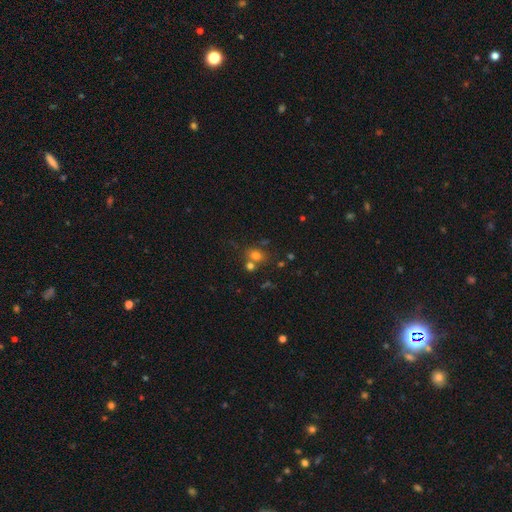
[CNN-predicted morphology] smooth-or-featured: smooth: 71% | star or artifact: 18% | featured or disk: 11%
  how-rounded: round: 61% | in between: 38% | cigar-shaped: 1%
  merging: none: 55% | merger: 29% | minor disturbance: 12% | major disturbance: 5%